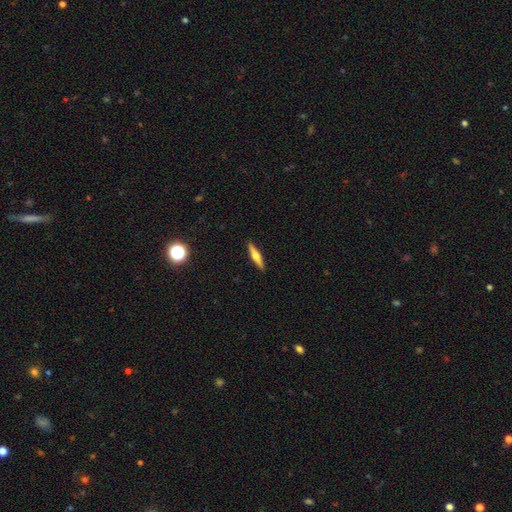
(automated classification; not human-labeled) Overall: featured or disk (55%; smooth 38%). Edge-on disk: yes (96%). Edge-on bulge: rounded (91%). Merging: none (91%).